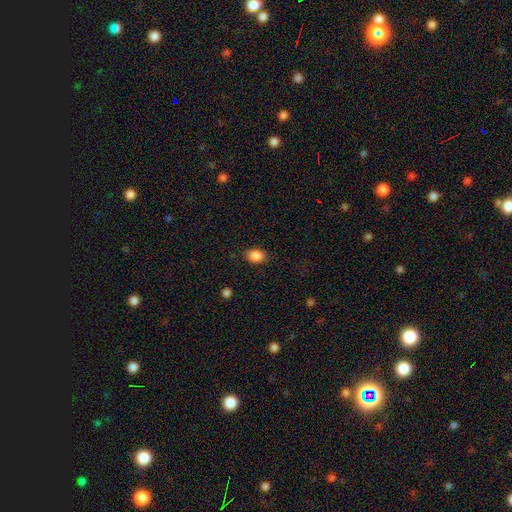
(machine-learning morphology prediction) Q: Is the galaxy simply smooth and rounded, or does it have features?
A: smooth — 88%.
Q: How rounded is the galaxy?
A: in between — 77%.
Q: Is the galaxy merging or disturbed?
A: none — 84%.